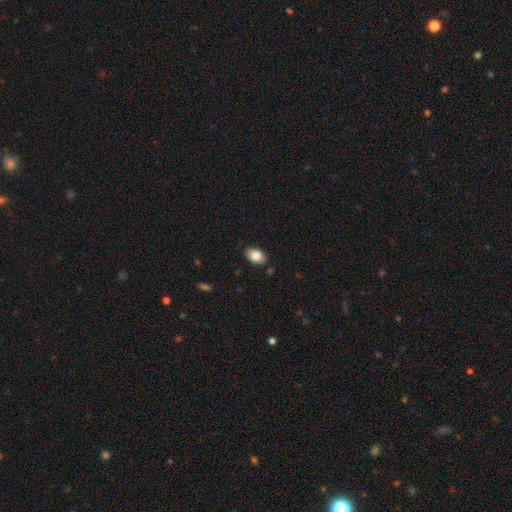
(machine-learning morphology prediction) Overall: smooth (86%). How rounded: in between (91%). Merging: none (84%).